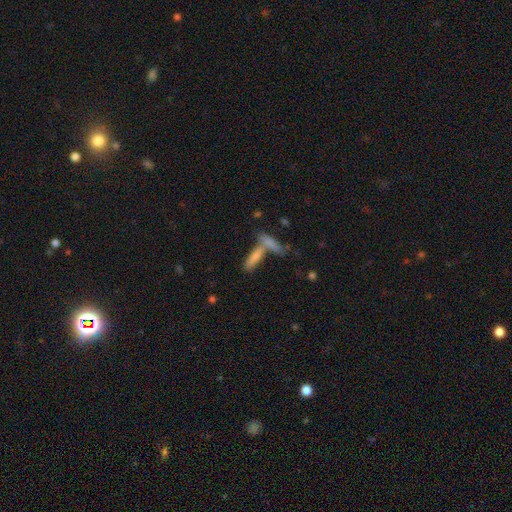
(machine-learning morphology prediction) Smooth or featured?
  - smooth: 70% *
  - featured or disk: 21%
  - star or artifact: 9%
How rounded?
  - cigar-shaped: 74% *
  - in between: 23%
  - round: 2%
Merging?
  - none: 45% *
  - merger: 42%
  - minor disturbance: 9%
  - major disturbance: 4%